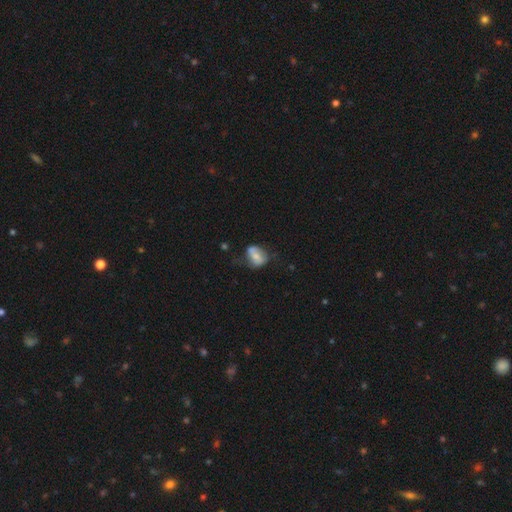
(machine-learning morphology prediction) Smooth or featured? smooth (54%)
How rounded? in between (68%)
Merging? none (44%)